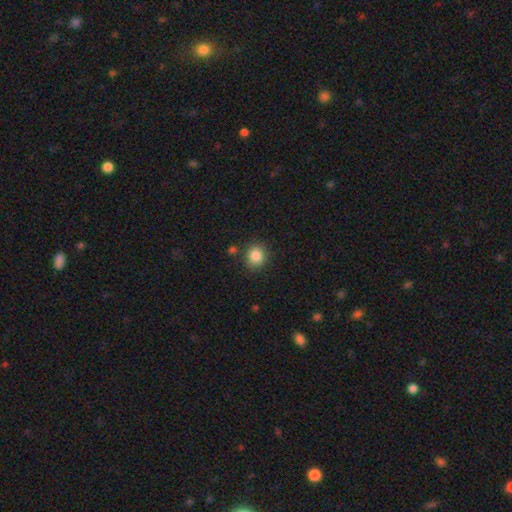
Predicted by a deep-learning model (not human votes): smooth 86%, star or artifact 10%, featured or disk 4%. Down the decision tree: how rounded — round (79%); merging — none (84%).